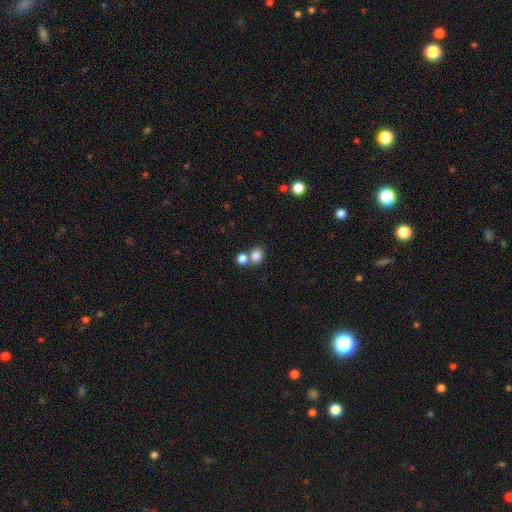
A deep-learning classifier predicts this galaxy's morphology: smooth 82%, star or artifact 11%, featured or disk 6%. Down the decision tree: how rounded — round (69%); merging — none (53%).